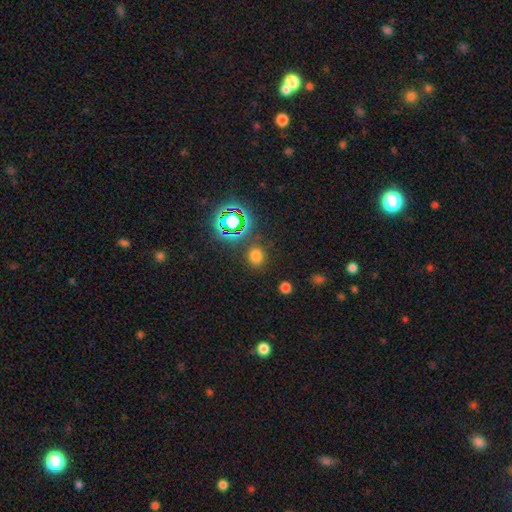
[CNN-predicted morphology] smooth 68%, star or artifact 27%, featured or disk 6%. Down the decision tree: how rounded — round (78%); merging — none (84%).